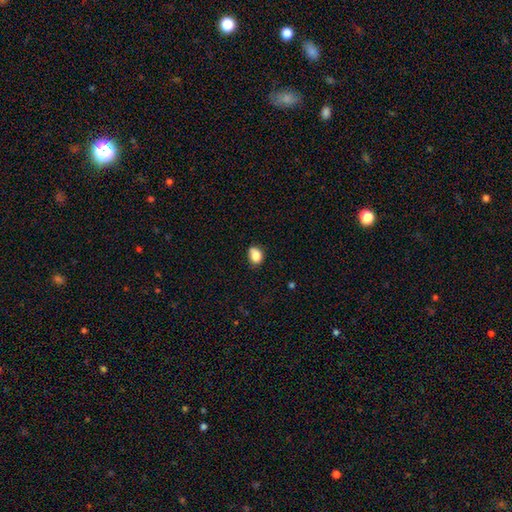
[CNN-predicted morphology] A smooth galaxy with no disk features (84%) that is in between round and cigar-shaped (62%).

Vote fractions:
- Smooth or featured? smooth: 84% / star or artifact: 9% / featured or disk: 6%
- How rounded? in between: 62% / round: 37% / cigar-shaped: 1%
- Merging? none: 66% / minor disturbance: 25% / major disturbance: 5% / merger: 4%